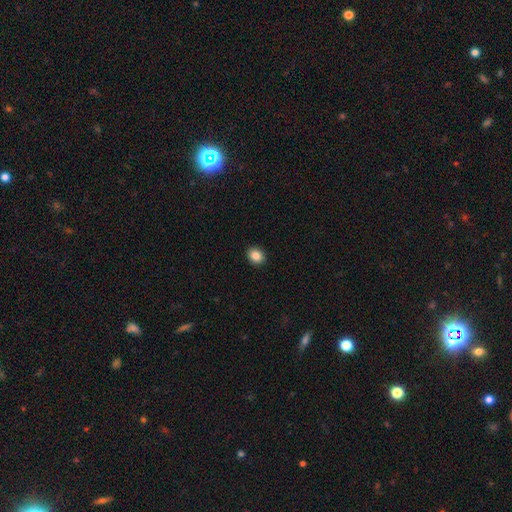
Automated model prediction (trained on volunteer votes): Q: Smooth or featured?
A: smooth (86%); runner-up: star or artifact (9%)
Q: How rounded?
A: round (57%); runner-up: in between (42%)
Q: Merging?
A: none (92%); runner-up: minor disturbance (6%)